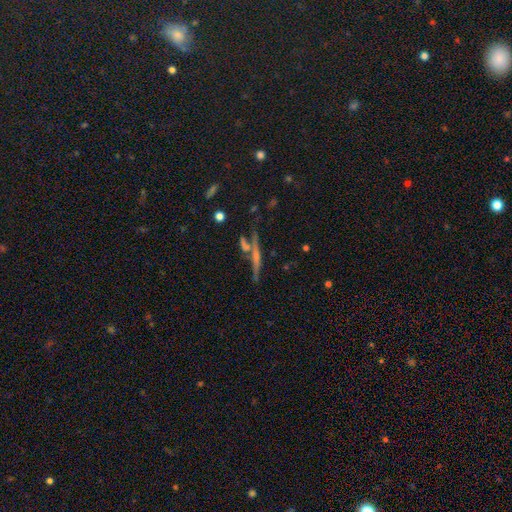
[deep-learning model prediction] Smooth or featured? Predicted: featured or disk (p=0.61). Edge-on disk? Predicted: yes (p=0.94). Edge-on bulge? Predicted: none (p=0.46). Merging? Predicted: none (p=0.71).